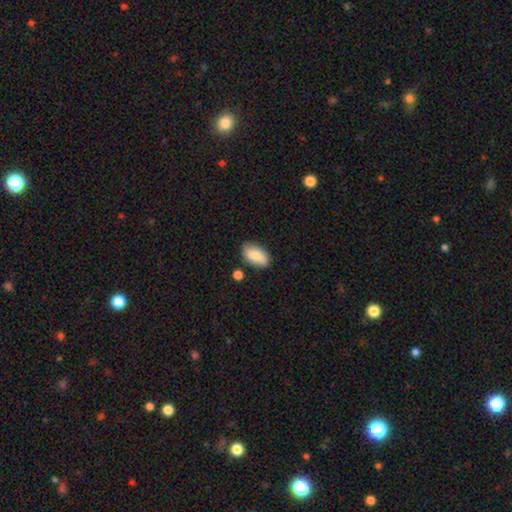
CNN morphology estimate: This is clearly a smooth galaxy (80%). How rounded: clearly in between (93%). Merging: likely none (79%).